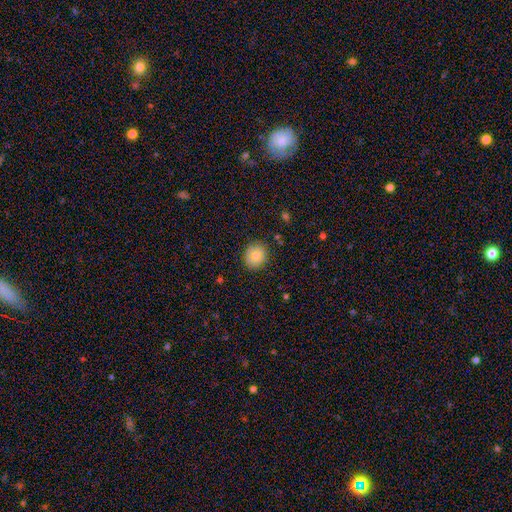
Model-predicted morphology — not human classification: smooth-or-featured: smooth: 78% | featured or disk: 13% | star or artifact: 10%
  how-rounded: round: 75% | in between: 24% | cigar-shaped: 1%
  merging: none: 87% | minor disturbance: 9% | major disturbance: 2% | merger: 1%